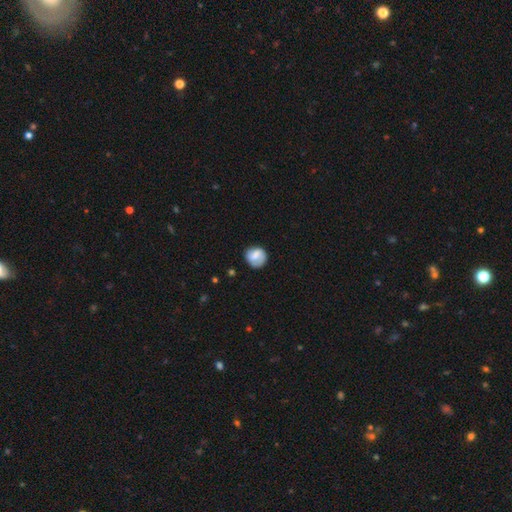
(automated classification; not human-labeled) Smooth or featured?
  - smooth: 70% *
  - featured or disk: 23%
  - star or artifact: 7%
How rounded?
  - round: 84% *
  - in between: 15%
  - cigar-shaped: 1%
Merging?
  - none: 72% *
  - minor disturbance: 20%
  - major disturbance: 6%
  - merger: 2%